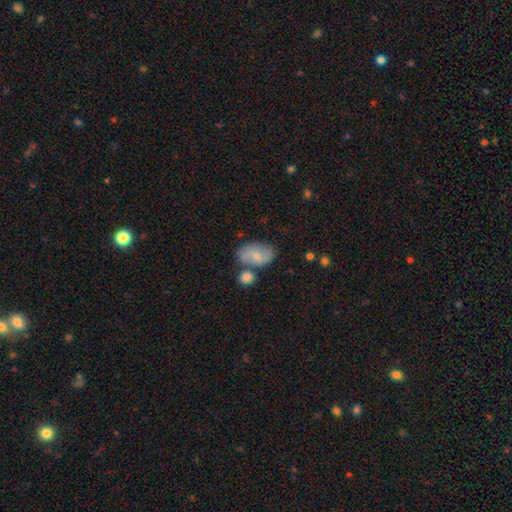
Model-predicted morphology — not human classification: smooth_or_featured: smooth (p=0.56) [alt: featured or disk p=0.37]
how_rounded: in between (p=0.89) [alt: round p=0.09]
merging: none (p=0.58) [alt: minor disturbance p=0.19]